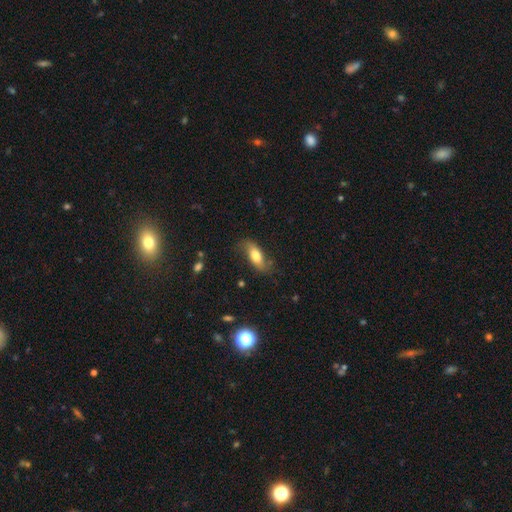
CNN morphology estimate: Smooth or featured? Predicted: smooth (p=0.63). How rounded? Predicted: in between (p=0.76). Merging? Predicted: none (p=0.67).